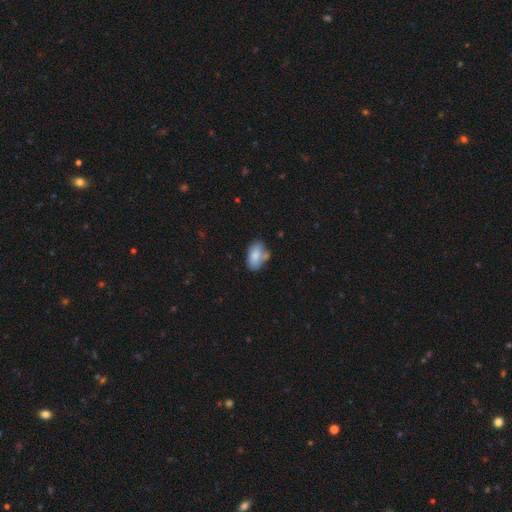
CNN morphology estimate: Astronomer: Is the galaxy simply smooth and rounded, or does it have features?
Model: smooth — 80%.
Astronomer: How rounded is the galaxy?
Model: in between — 91%.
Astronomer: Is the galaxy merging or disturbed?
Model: none — 53%.